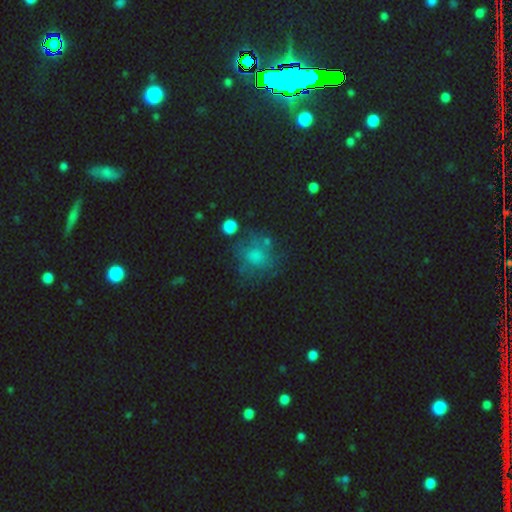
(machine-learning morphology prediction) Smooth or featured: smooth — 54% (featured or disk — 30%)
How rounded: round — 75% (in between — 24%)
Merging: none — 55% (minor disturbance — 21%)